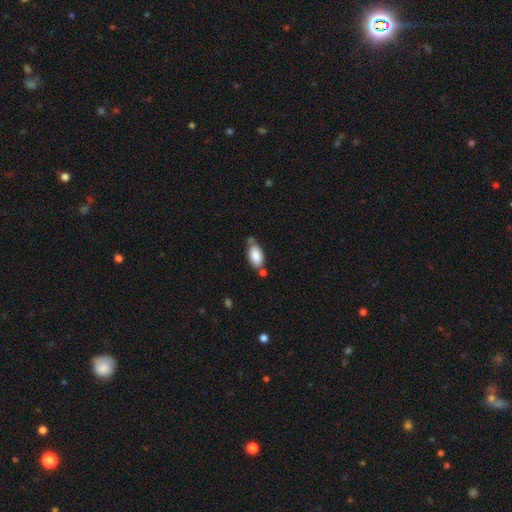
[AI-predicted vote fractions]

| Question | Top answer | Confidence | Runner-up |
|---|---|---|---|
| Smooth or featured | smooth | 85% | featured or disk (8%) |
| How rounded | in between | 93% | cigar-shaped (4%) |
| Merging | none | 53% | minor disturbance (22%) |